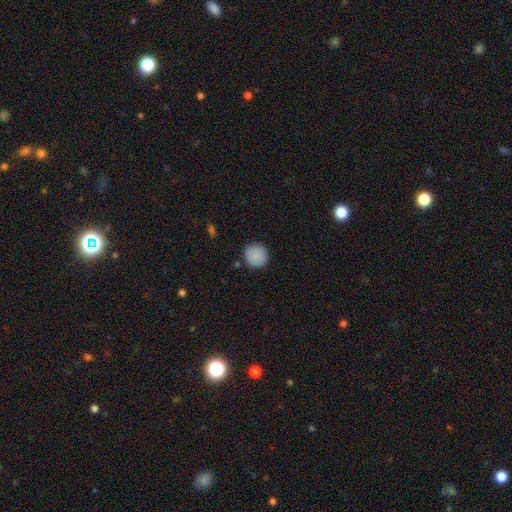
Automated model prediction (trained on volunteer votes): smooth-or-featured: smooth: 88% | star or artifact: 8% | featured or disk: 4%
  how-rounded: round: 94% | in between: 5% | cigar-shaped: 1%
  merging: none: 89% | minor disturbance: 7% | major disturbance: 2% | merger: 2%